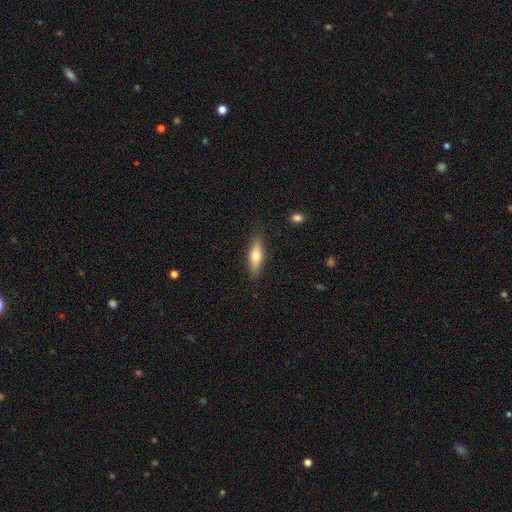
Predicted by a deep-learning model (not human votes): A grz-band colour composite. It shows a smooth galaxy with no disk features (59%) that is cigar-shaped (52%). Merging: none (85%).